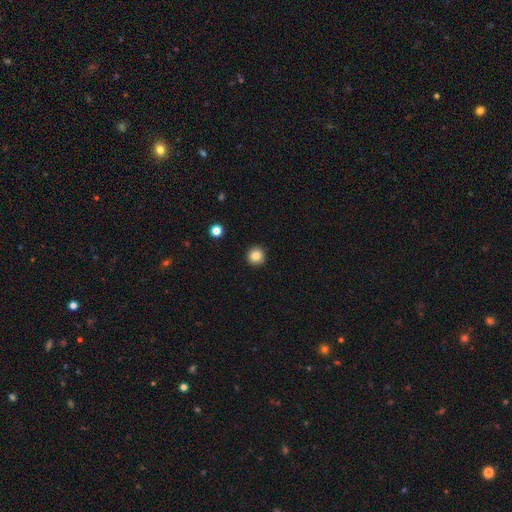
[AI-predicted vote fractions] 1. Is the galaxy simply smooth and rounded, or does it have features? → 84% smooth, 11% star or artifact, 5% featured or disk.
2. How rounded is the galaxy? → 94% round, 5% in between, 1% cigar-shaped.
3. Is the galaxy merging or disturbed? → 92% none, 5% minor disturbance, 2% major disturbance, 1% merger.